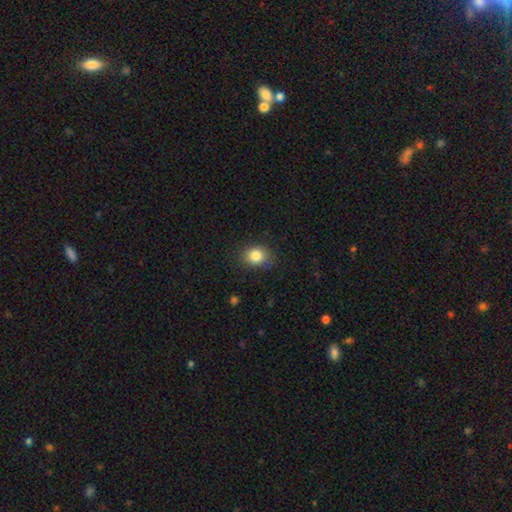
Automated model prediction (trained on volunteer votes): Smooth or featured? smooth (84%)
How rounded? round (54%)
Merging? none (83%)